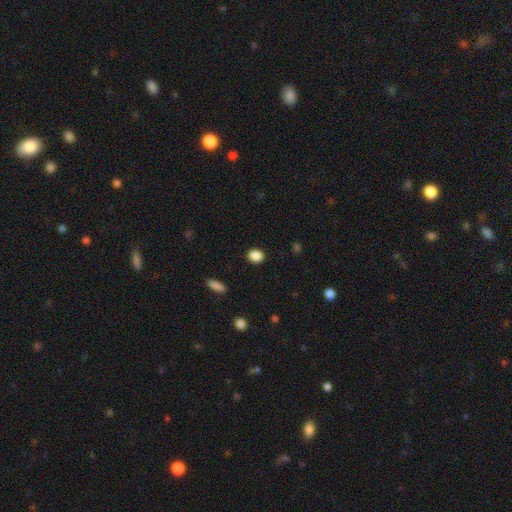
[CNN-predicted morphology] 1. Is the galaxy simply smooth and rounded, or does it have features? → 88% smooth, 9% star or artifact, 3% featured or disk.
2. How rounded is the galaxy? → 59% round, 40% in between, 1% cigar-shaped.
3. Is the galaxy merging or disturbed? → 90% none, 7% minor disturbance, 2% major disturbance, 1% merger.